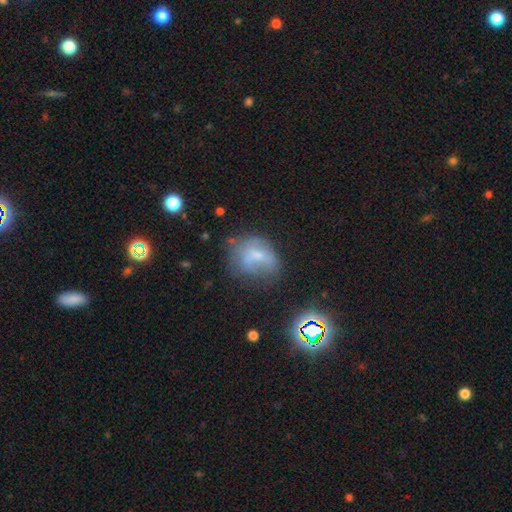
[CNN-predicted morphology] smooth_or_featured: smooth (p=0.50) [alt: featured or disk p=0.34]
how_rounded: in between (p=0.55) [alt: round p=0.44]
merging: none (p=0.38) [alt: minor disturbance p=0.28]